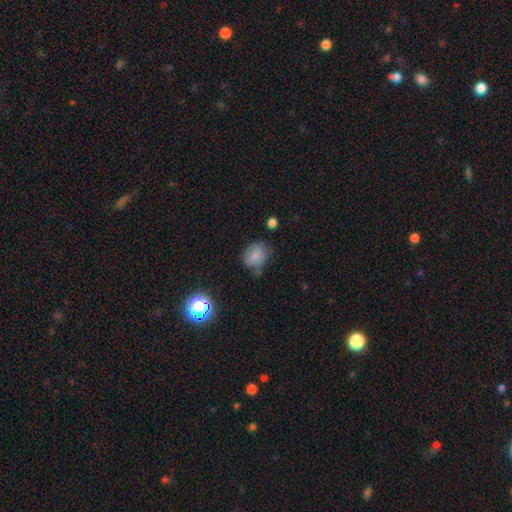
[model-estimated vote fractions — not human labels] smooth-or-featured: smooth: 78% | star or artifact: 11% | featured or disk: 11%
  how-rounded: round: 52% | in between: 46% | cigar-shaped: 1%
  merging: none: 59% | minor disturbance: 29% | major disturbance: 8% | merger: 4%